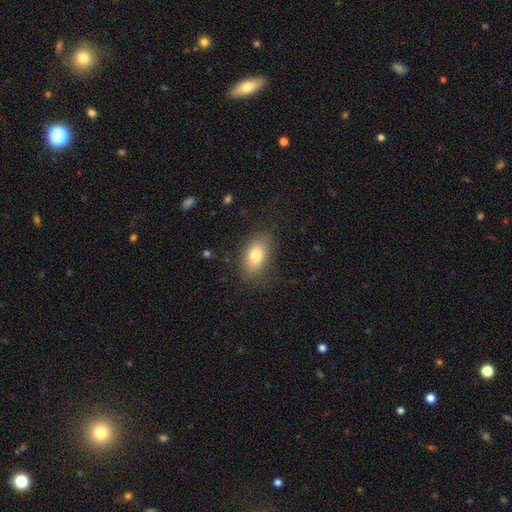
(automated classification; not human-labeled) smooth_or_featured: smooth (p=0.78) [alt: featured or disk p=0.13]
how_rounded: in between (p=0.88) [alt: round p=0.10]
merging: none (p=0.75) [alt: minor disturbance p=0.18]